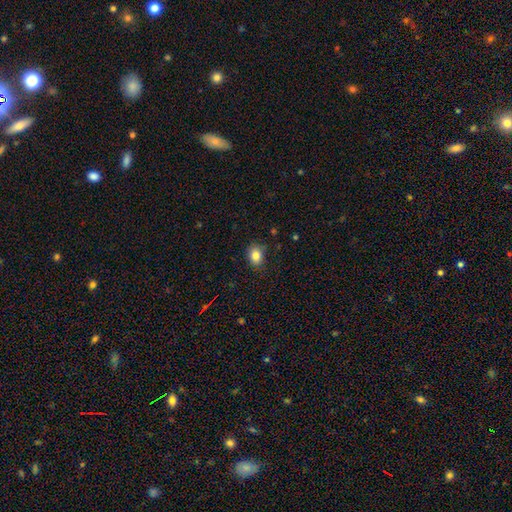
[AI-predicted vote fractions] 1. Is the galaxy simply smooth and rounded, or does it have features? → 84% smooth, 10% star or artifact, 6% featured or disk.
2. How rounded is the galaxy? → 63% in between, 36% round, 1% cigar-shaped.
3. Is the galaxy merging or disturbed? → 83% none, 13% minor disturbance, 3% major disturbance, 1% merger.